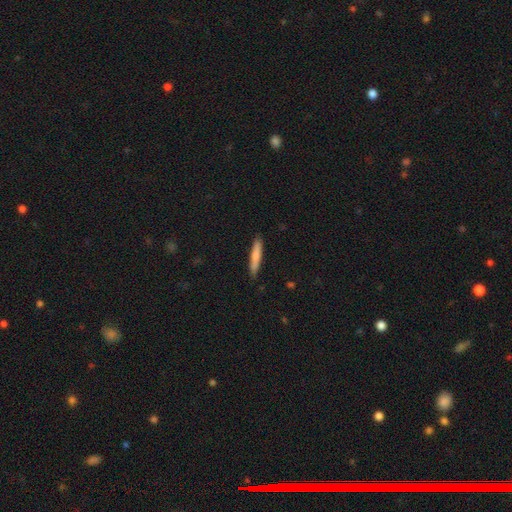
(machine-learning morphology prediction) Overall: smooth (76%). How rounded: cigar-shaped (92%). Merging: none (88%).